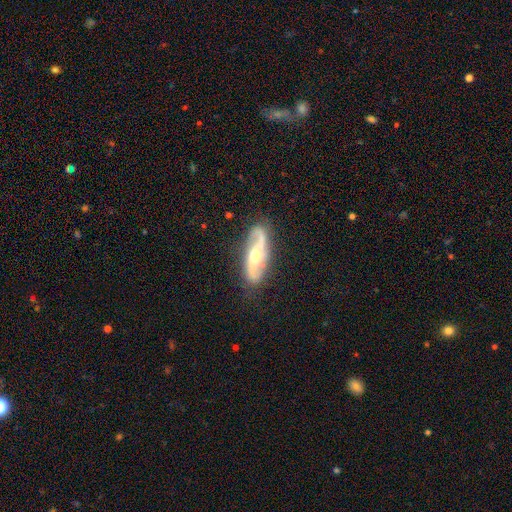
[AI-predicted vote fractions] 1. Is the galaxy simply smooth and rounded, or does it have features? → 84% featured or disk, 11% smooth, 5% star or artifact.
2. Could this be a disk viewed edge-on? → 89% no, 11% yes.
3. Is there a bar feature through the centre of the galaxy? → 44% no, 34% weak, 21% strong.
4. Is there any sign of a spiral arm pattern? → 95% yes, 5% no.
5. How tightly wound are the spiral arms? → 50% loose, 37% medium, 13% tight.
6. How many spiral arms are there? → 91% 2, 3% can't tell, 3% 1, 1% 3, 1% 4, 1% more than 4.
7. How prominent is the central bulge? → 68% moderate, 22% small, 8% large, 1% none, 1% dominant.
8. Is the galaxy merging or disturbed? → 81% none, 13% minor disturbance, 4% major disturbance, 2% merger.